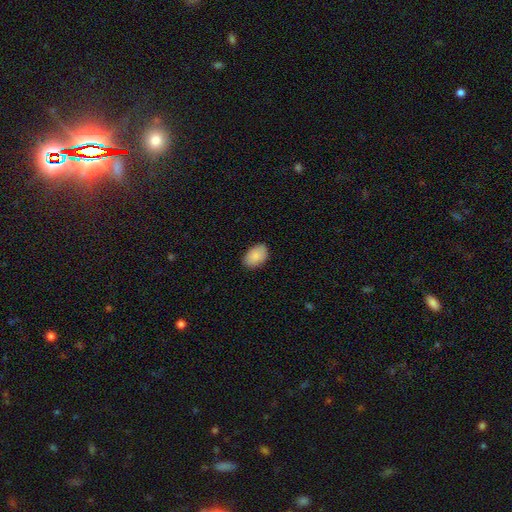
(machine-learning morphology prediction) Smooth or featured? Predicted: smooth (p=0.89). How rounded? Predicted: in between (p=0.89). Merging? Predicted: none (p=0.83).